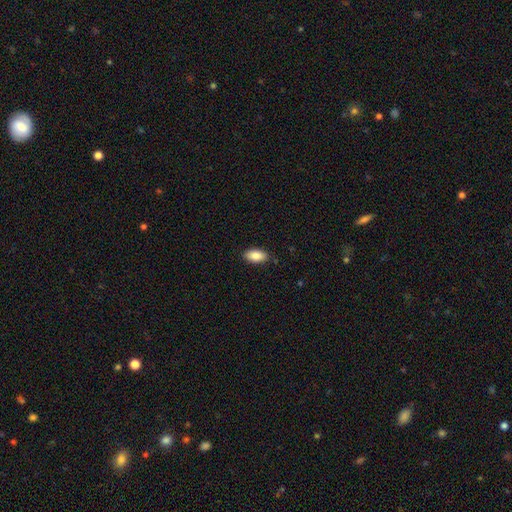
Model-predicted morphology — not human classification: Overall: smooth (88%). How rounded: in between (93%). Merging: none (88%).